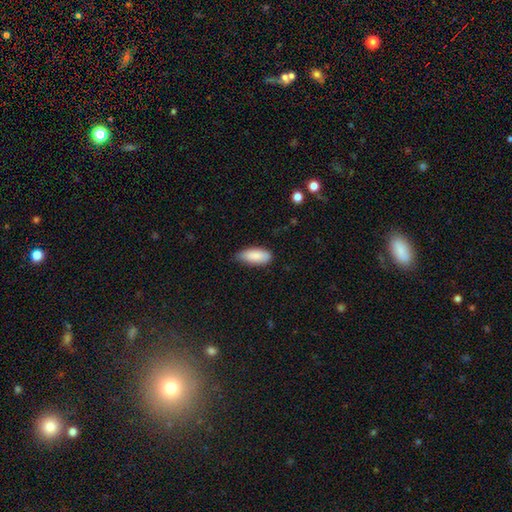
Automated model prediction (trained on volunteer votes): smooth-or-featured: smooth: 89% | star or artifact: 6% | featured or disk: 5%
  how-rounded: in between: 86% | cigar-shaped: 13% | round: 2%
  merging: none: 66% | minor disturbance: 30% | major disturbance: 3% | merger: 1%